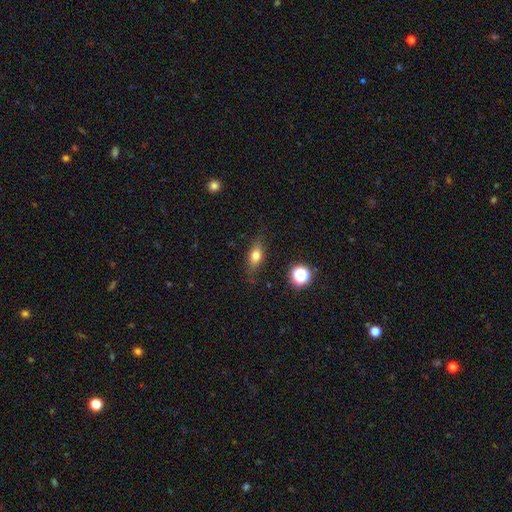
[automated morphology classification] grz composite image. It shows a smooth galaxy with no disk features (71%) that is in between round and cigar-shaped (70%). Merging: none (79%).